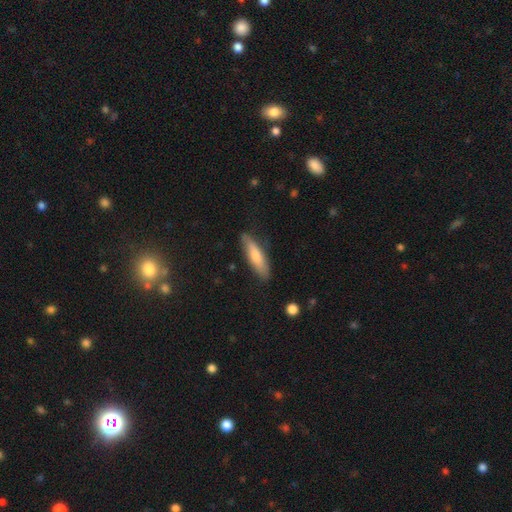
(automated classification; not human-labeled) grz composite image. It shows a smooth galaxy with no disk features (66%) that is cigar-shaped (71%). Merging: none (82%).